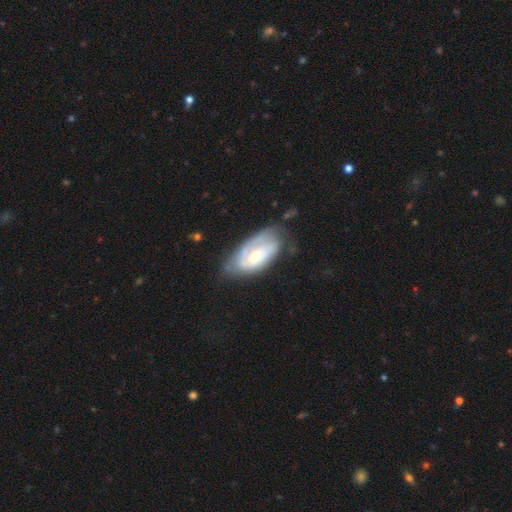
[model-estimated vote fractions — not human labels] Morphology: type=featured or disk (66%); edge-on=no (93%); bar=no (56%); spiral arms=yes (81%); winding=tight (53%); arm count=2 (36%); bulge=moderate (46%); merging=none (55%).